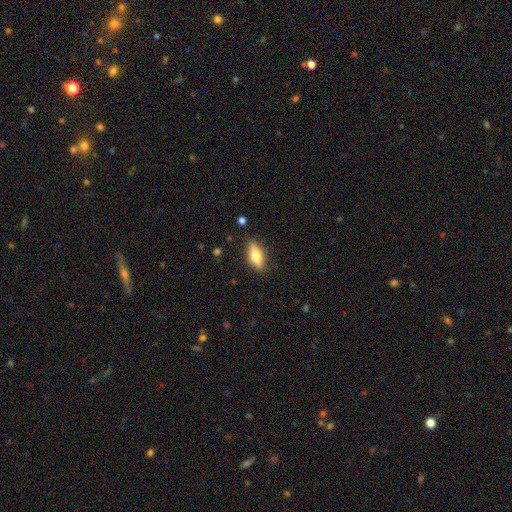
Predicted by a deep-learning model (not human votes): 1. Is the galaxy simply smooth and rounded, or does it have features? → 65% smooth, 28% featured or disk, 7% star or artifact.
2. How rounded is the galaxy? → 66% in between, 31% cigar-shaped, 3% round.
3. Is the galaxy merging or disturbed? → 86% none, 10% minor disturbance, 2% major disturbance, 1% merger.